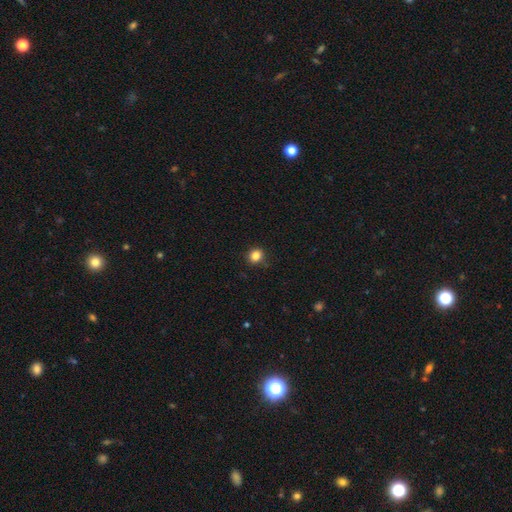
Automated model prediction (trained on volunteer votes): smooth 85%, star or artifact 11%, featured or disk 4%. Down the decision tree: how rounded — round (80%); merging — none (86%).